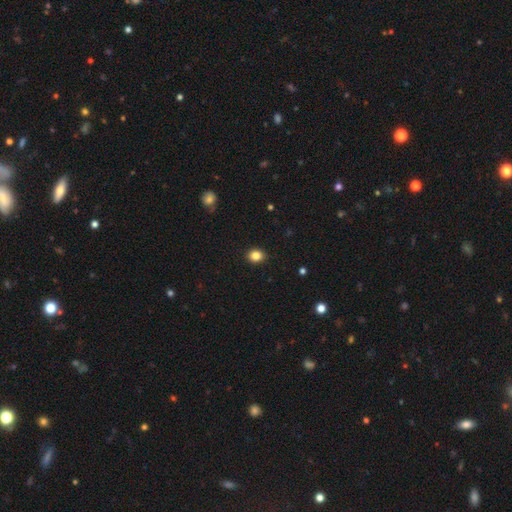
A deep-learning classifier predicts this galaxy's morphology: A smooth galaxy with no disk features (85%) that is round (66%).

Vote fractions:
- Smooth or featured? smooth: 85% / star or artifact: 11% / featured or disk: 4%
- How rounded? round: 66% / in between: 33% / cigar-shaped: 1%
- Merging? none: 91% / minor disturbance: 7% / major disturbance: 2% / merger: 1%